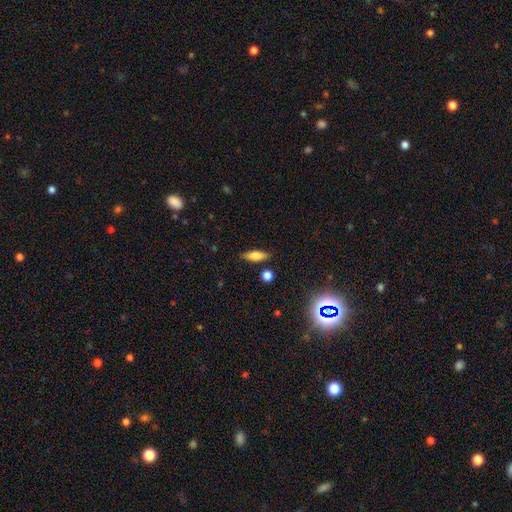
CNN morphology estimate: This appears to be a smooth galaxy with no disk features (75%) that is in between round and cigar-shaped (61%). Merging: none (83%).